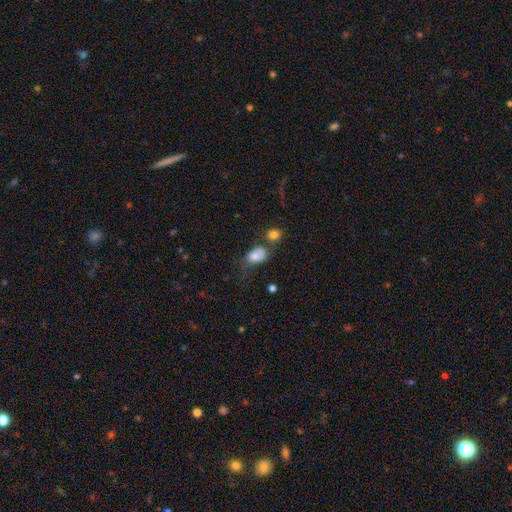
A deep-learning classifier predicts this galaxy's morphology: Smooth or featured: smooth — 75% (featured or disk — 15%)
How rounded: in between — 76% (round — 23%)
Merging: none — 28% (tied with minor disturbance — 28%)